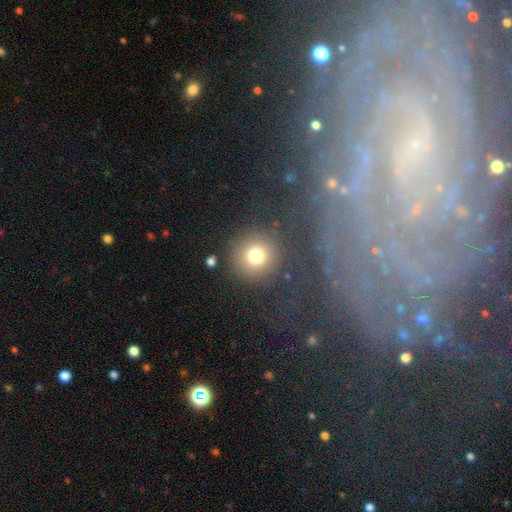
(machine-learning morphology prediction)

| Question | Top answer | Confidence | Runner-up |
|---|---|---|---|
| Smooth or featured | smooth | 74% | star or artifact (16%) |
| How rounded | round | 93% | in between (6%) |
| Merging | none | 83% | minor disturbance (8%) |